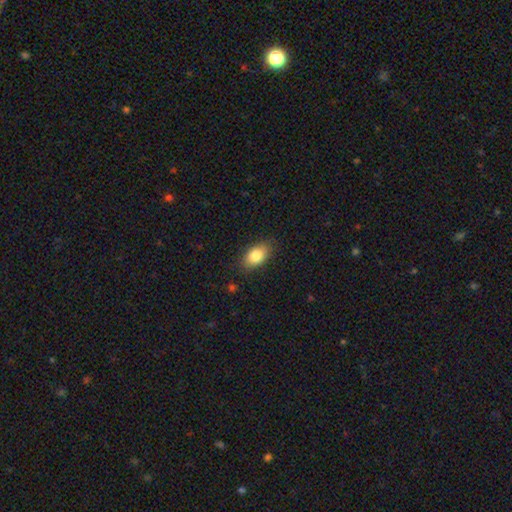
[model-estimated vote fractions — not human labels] A smooth galaxy with no disk features (83%) that is in between round and cigar-shaped (88%).

Vote fractions:
- Smooth or featured? smooth: 83% / featured or disk: 9% / star or artifact: 8%
- How rounded? in between: 88% / round: 9% / cigar-shaped: 3%
- Merging? none: 83% / minor disturbance: 13% / major disturbance: 3% / merger: 1%